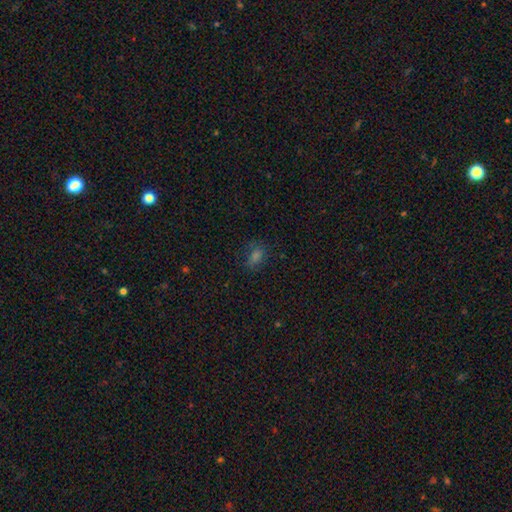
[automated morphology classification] Smooth or featured? smooth (62%)
How rounded? in between (77%)
Merging? none (70%)